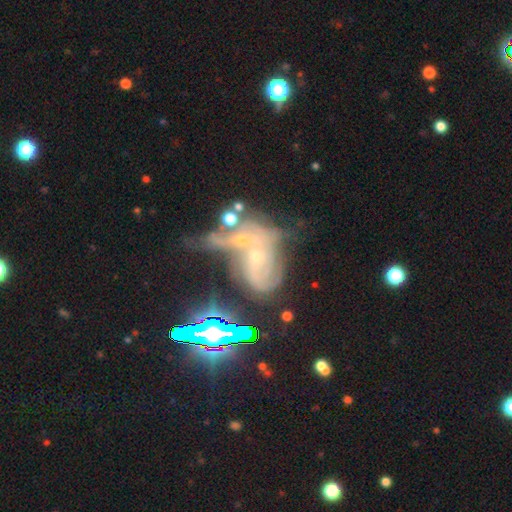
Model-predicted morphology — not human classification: Smooth or featured? Predicted: featured or disk (p=0.65). Edge-on disk? Predicted: no (p=0.94). Bar? Predicted: no (p=0.64). Spiral arms? Predicted: yes (p=0.82). Spiral winding? Predicted: tight (p=0.44). Spiral arm count? Predicted: can't tell (p=0.38). Bulge size? Predicted: small (p=0.70). Merging? Predicted: merger (p=0.48).